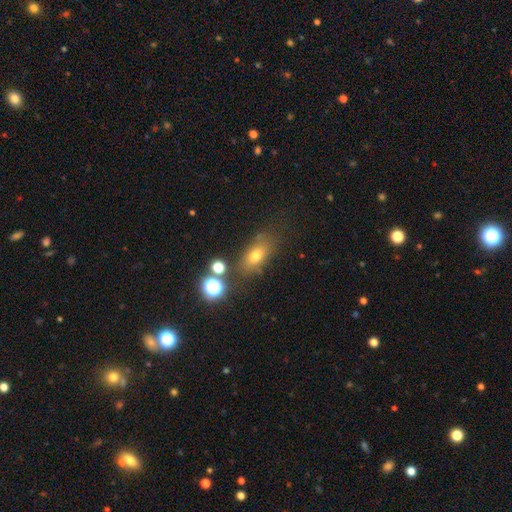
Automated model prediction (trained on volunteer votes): A smooth galaxy with no disk features (67%) that is in between round and cigar-shaped (72%). Merging: none (69%).